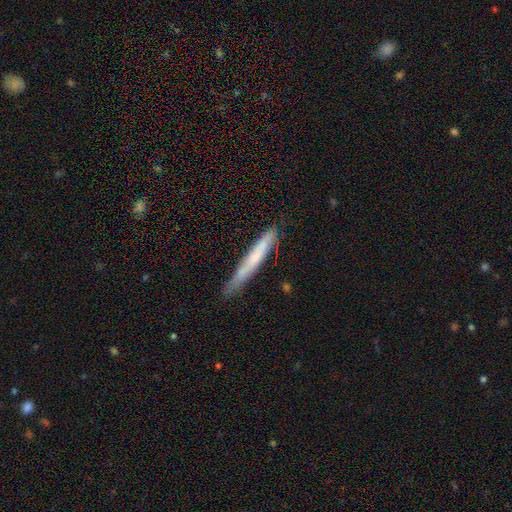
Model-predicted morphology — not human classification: type=smooth (61%); roundness=cigar-shaped (96%); merging=none (75%).